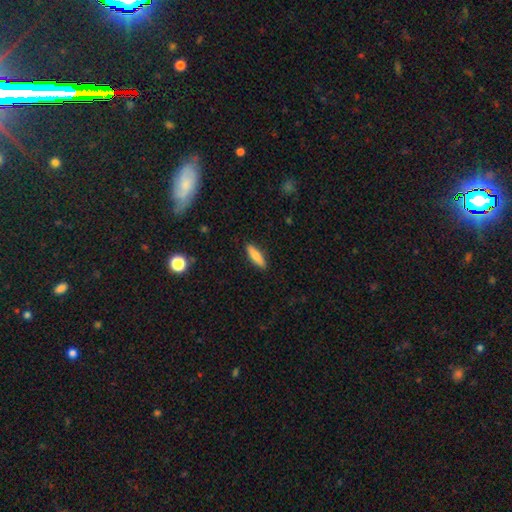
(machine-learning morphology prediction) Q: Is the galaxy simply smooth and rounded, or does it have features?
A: smooth — 81%.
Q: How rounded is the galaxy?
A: cigar-shaped — 66%.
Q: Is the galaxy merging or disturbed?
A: none — 89%.